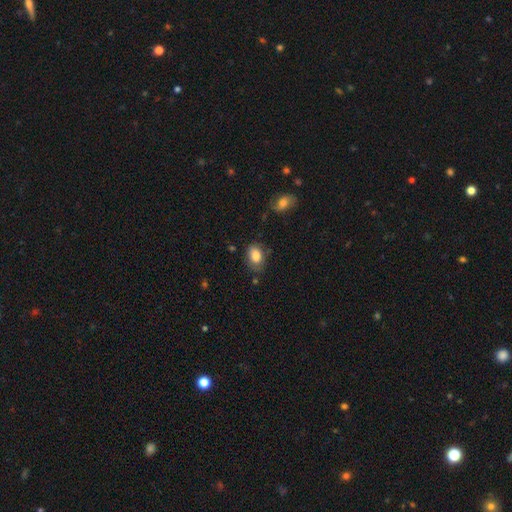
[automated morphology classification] This appears to be a smooth galaxy with no disk features (83%) that is in between round and cigar-shaped (80%). Merging: none (69%).